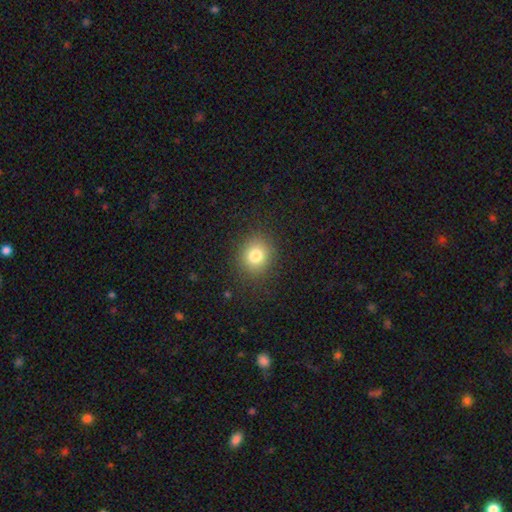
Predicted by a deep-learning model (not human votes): smooth_or_featured: smooth (p=0.80) [alt: star or artifact p=0.12]
how_rounded: round (p=0.78) [alt: in between p=0.21]
merging: none (p=0.88) [alt: minor disturbance p=0.08]